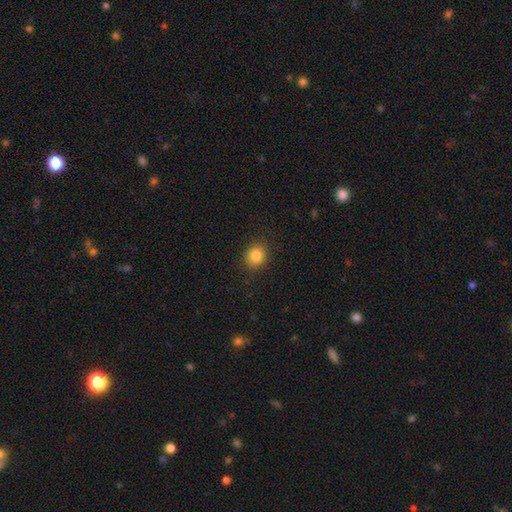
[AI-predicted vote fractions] Overall: smooth (84%). How rounded: round (74%). Merging: none (88%).